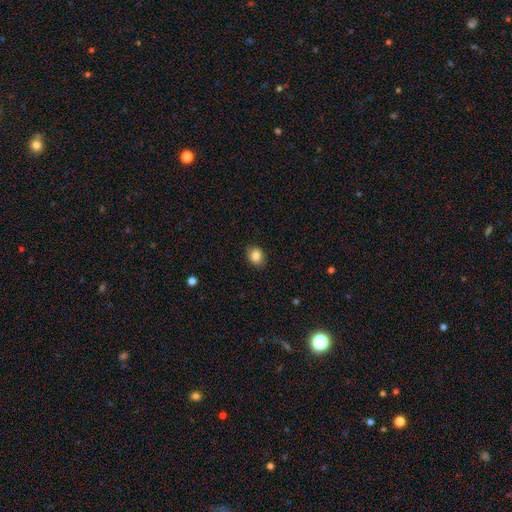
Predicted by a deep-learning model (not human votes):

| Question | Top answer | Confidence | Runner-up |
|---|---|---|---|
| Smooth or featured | smooth | 84% | star or artifact (9%) |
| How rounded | in between | 51% | round (48%) |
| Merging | none | 86% | minor disturbance (11%) |